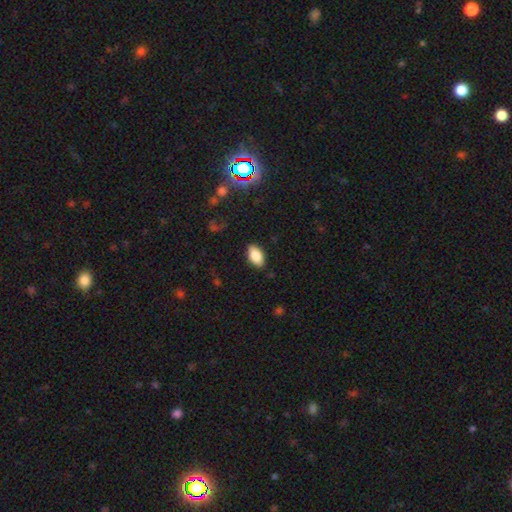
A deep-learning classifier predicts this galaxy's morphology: Smooth or featured?
  - smooth: 85% *
  - star or artifact: 8%
  - featured or disk: 8%
How rounded?
  - in between: 93% *
  - round: 4%
  - cigar-shaped: 3%
Merging?
  - none: 87% *
  - minor disturbance: 10%
  - major disturbance: 2%
  - merger: 1%